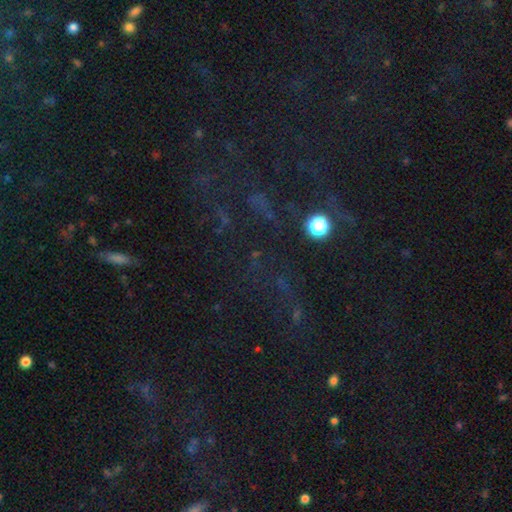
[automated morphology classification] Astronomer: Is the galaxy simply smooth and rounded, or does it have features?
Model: star or artifact — 73%.